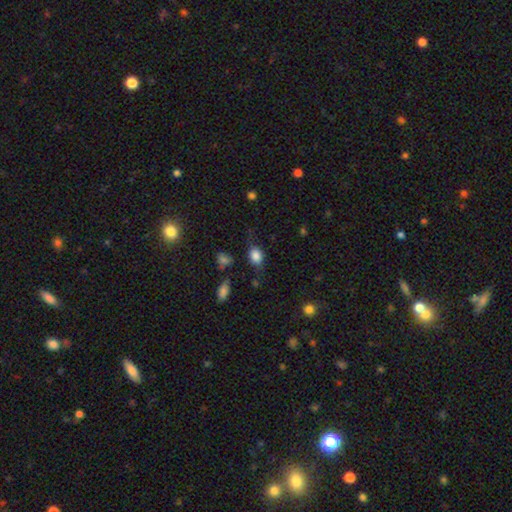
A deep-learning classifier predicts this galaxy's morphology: Smooth or featured? Predicted: smooth (p=0.82). How rounded? Predicted: in between (p=0.64). Merging? Predicted: none (p=0.63).